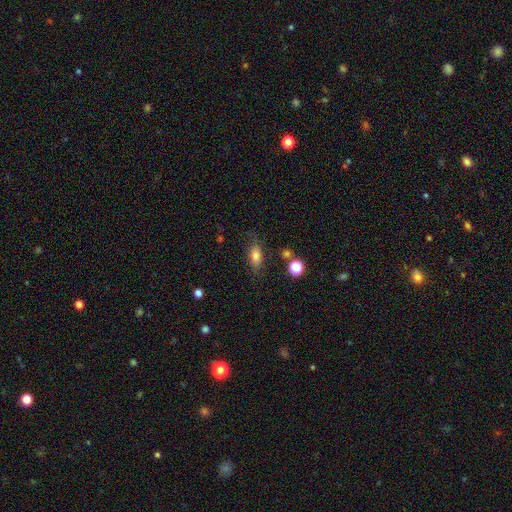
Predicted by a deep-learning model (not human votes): Smooth or featured: smooth — 78% (featured or disk — 12%)
How rounded: in between — 80% (cigar-shaped — 13%)
Merging: none — 74% (minor disturbance — 16%)